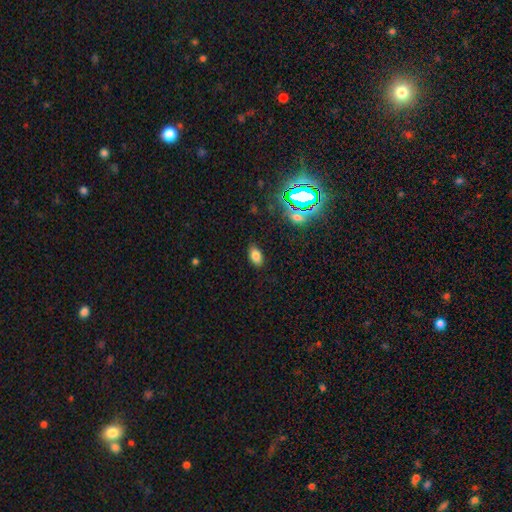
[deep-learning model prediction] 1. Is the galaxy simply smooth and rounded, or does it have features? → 76% smooth, 16% star or artifact, 8% featured or disk.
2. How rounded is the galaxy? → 91% in between, 6% round, 3% cigar-shaped.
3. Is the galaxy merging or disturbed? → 86% none, 10% minor disturbance, 3% major disturbance, 1% merger.